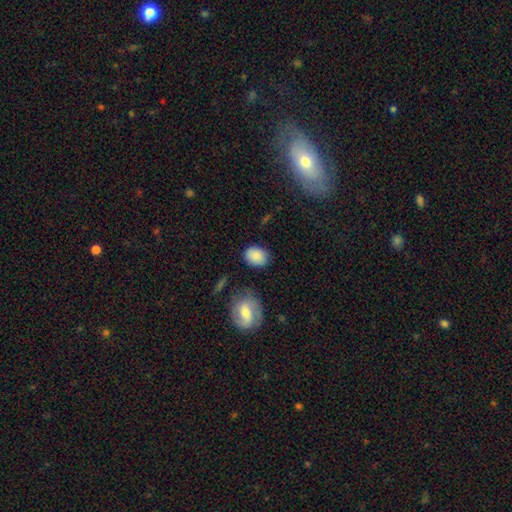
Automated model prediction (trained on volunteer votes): This is clearly a smooth galaxy (86%). How rounded: likely in between (60%). Merging: likely none (79%).